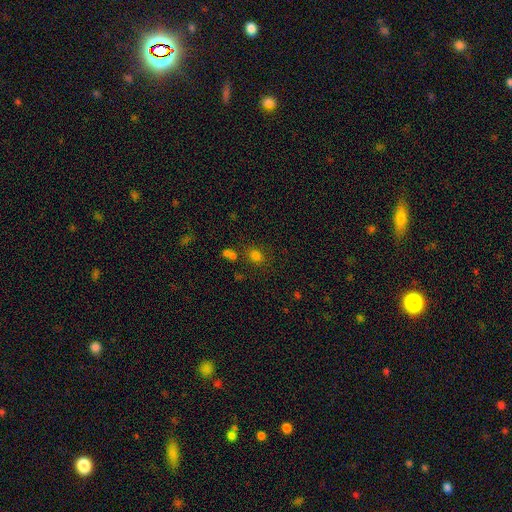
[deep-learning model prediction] smooth 75%, star or artifact 19%, featured or disk 6%. Down the decision tree: how rounded — round (65%); merging — none (73%).